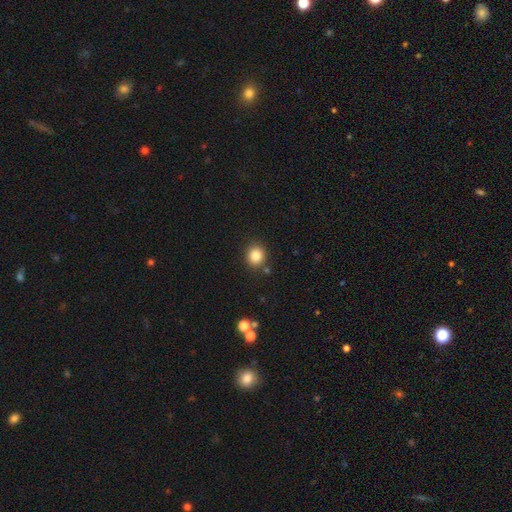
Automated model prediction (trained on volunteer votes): Smooth or featured? Predicted: smooth (p=0.85). How rounded? Predicted: round (p=0.81). Merging? Predicted: none (p=0.85).